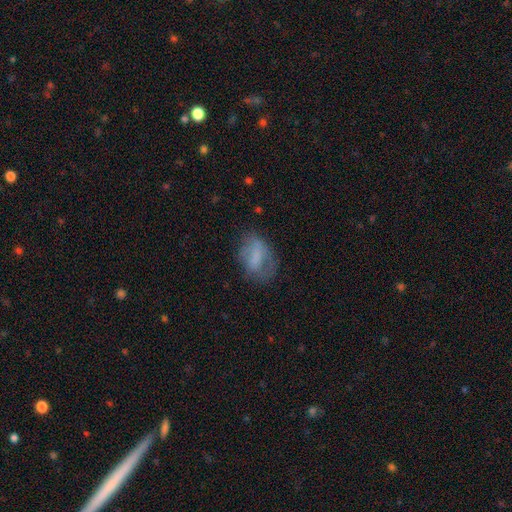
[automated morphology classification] Smooth or featured?
  - smooth: 58% *
  - featured or disk: 32%
  - star or artifact: 10%
How rounded?
  - in between: 81% *
  - round: 16%
  - cigar-shaped: 3%
Merging?
  - none: 52% *
  - minor disturbance: 26%
  - major disturbance: 20%
  - merger: 2%